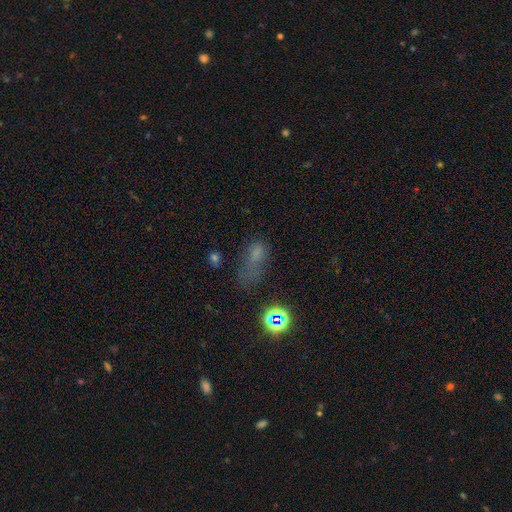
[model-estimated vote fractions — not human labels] Smooth or featured?
  - smooth: 56% *
  - star or artifact: 29%
  - featured or disk: 15%
How rounded?
  - in between: 76% *
  - round: 14%
  - cigar-shaped: 10%
Merging?
  - none: 34% *
  - major disturbance: 33%
  - minor disturbance: 25%
  - merger: 8%